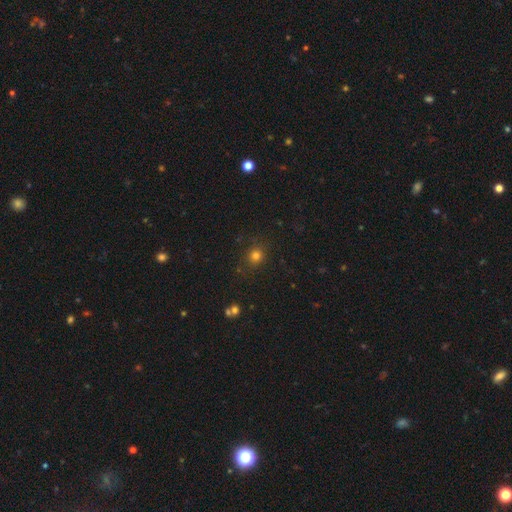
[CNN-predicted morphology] type=smooth (76%); roundness=round (85%); merging=none (83%).